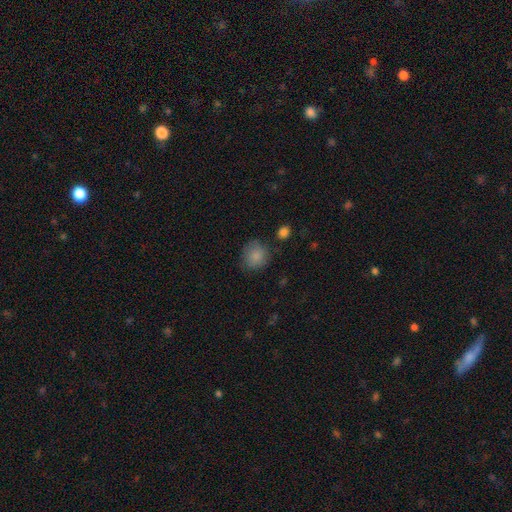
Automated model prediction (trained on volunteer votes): A smooth galaxy with no disk features (85%) that is round (85%). Merging: none (76%).